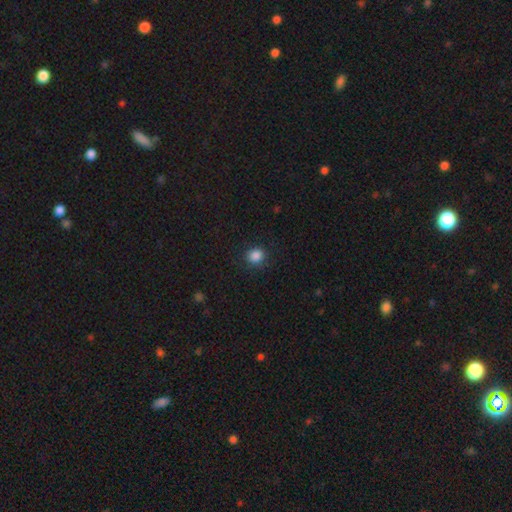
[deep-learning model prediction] A smooth galaxy with no disk features (86%) that is round (88%).

Vote fractions:
- Smooth or featured? smooth: 86% / star or artifact: 11% / featured or disk: 3%
- How rounded? round: 88% / in between: 11% / cigar-shaped: 1%
- Merging? none: 89% / minor disturbance: 8% / major disturbance: 3% / merger: 1%